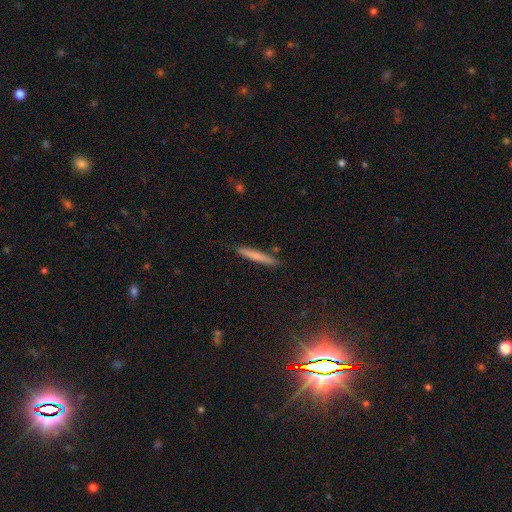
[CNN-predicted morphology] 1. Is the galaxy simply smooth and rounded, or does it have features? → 70% smooth, 23% featured or disk, 7% star or artifact.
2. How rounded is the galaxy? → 96% cigar-shaped, 3% in between, 1% round.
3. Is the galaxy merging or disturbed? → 89% none, 8% minor disturbance, 2% merger, 2% major disturbance.